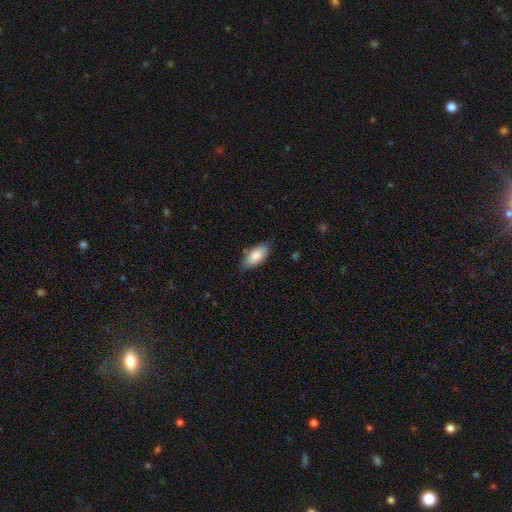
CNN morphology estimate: smooth 85%, featured or disk 9%, star or artifact 6%. Down the decision tree: how rounded — in between (87%); merging — none (76%).